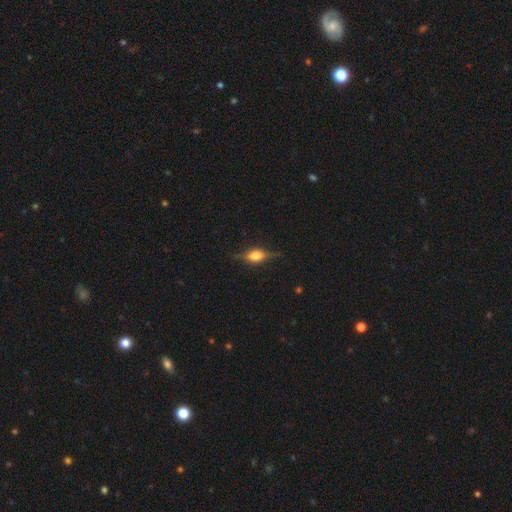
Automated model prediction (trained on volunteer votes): smooth-or-featured: featured or disk: 68% | smooth: 23% | star or artifact: 9%
  disk-edge-on: yes: 96% | no: 4%
    edge-on-bulge: rounded: 87% | boxy: 12% | none: 2%
  merging: none: 82% | minor disturbance: 13% | major disturbance: 4% | merger: 1%